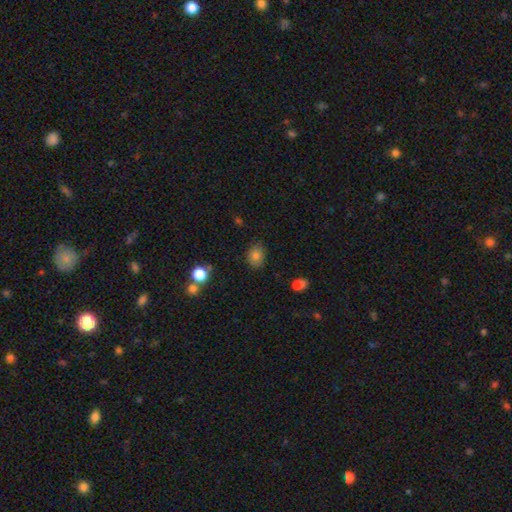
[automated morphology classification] The model was most divided on "how rounded": in between: 56%, round: 43%, cigar-shaped: 1%. More confident: smooth or featured — smooth (81%); merging — none (81%).